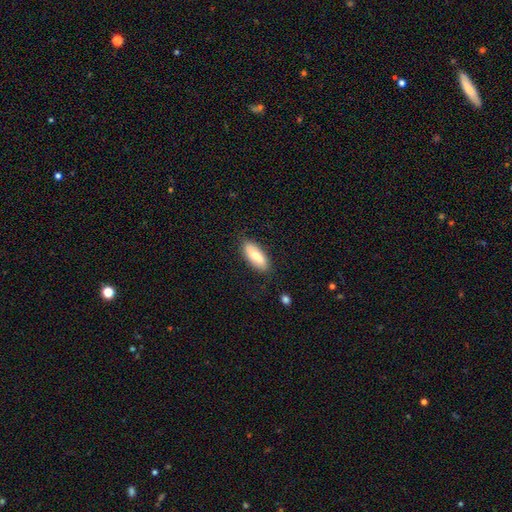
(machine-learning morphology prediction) smooth_or_featured: smooth (p=0.69) [alt: featured or disk p=0.25]
how_rounded: in between (p=0.79) [alt: cigar-shaped p=0.18]
merging: none (p=0.82) [alt: minor disturbance p=0.14]